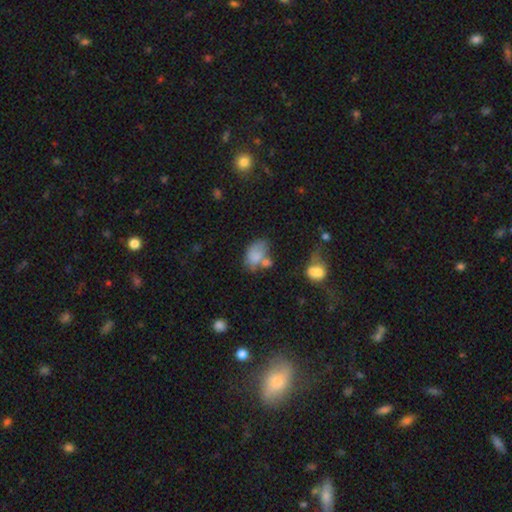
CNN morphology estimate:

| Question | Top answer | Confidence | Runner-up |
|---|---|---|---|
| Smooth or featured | smooth | 76% | featured or disk (14%) |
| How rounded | in between | 87% | round (12%) |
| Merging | none | 34% | merger (29%) |